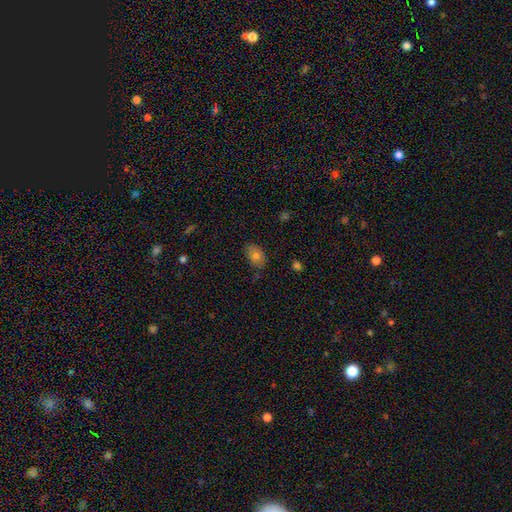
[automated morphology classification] Smooth or featured?
  - smooth: 78% *
  - featured or disk: 11%
  - star or artifact: 11%
How rounded?
  - in between: 81% *
  - round: 17%
  - cigar-shaped: 1%
Merging?
  - none: 68% *
  - minor disturbance: 24%
  - major disturbance: 6%
  - merger: 2%